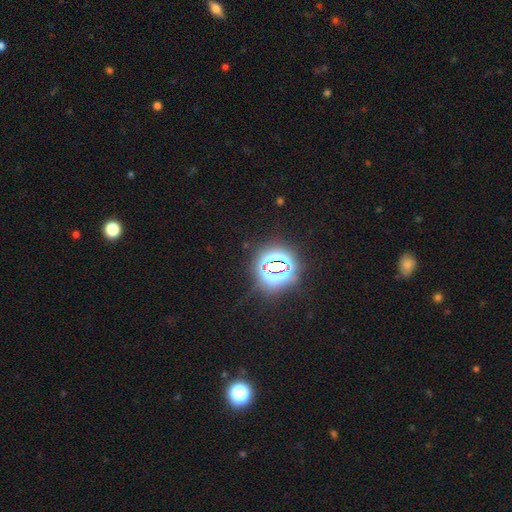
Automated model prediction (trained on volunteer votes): smooth-or-featured: star or artifact: 80% | smooth: 14% | featured or disk: 6%